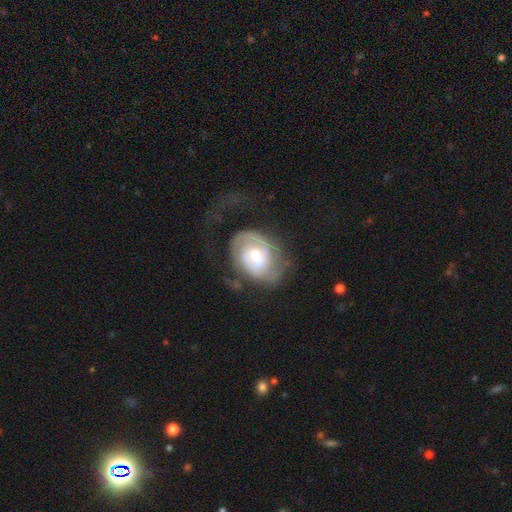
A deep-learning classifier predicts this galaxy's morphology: featured or disk 76%, smooth 18%, star or artifact 6%. Down the decision tree: edge-on disk — no (97%); bar — no (58%); spiral arms — yes (88%); spiral arm count — 2 (54%); spiral winding — tight (49%); bulge size — moderate (67%); merging — none (51%).